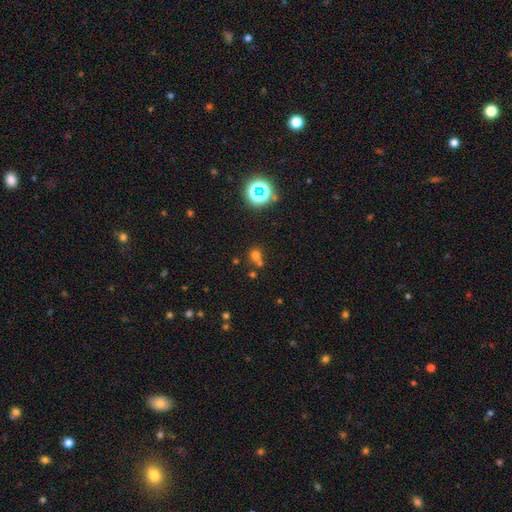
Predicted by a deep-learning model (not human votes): Smooth or featured: smooth — 61% (star or artifact — 29%)
How rounded: round — 70% (in between — 28%)
Merging: none — 49% (merger — 32%)